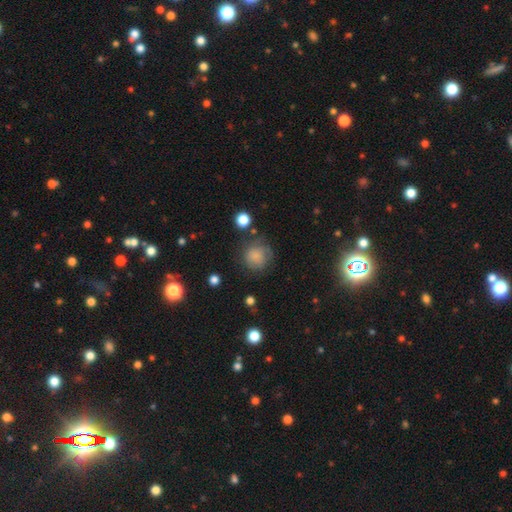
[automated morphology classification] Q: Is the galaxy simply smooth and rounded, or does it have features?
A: smooth — 73%.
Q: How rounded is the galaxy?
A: round — 90%.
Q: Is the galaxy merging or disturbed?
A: none — 63%.